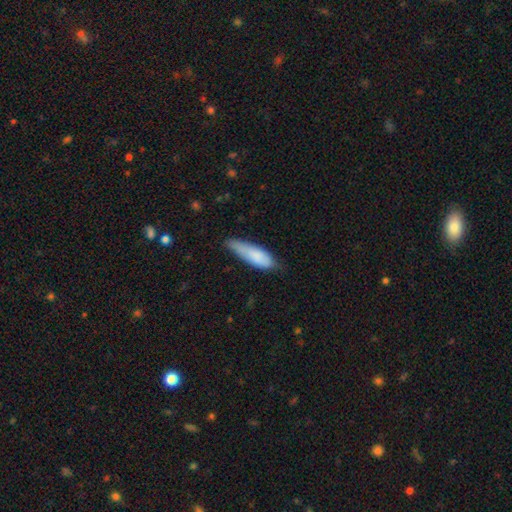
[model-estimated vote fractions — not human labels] Smooth or featured? smooth (81%)
How rounded? cigar-shaped (52%)
Merging? none (49%)